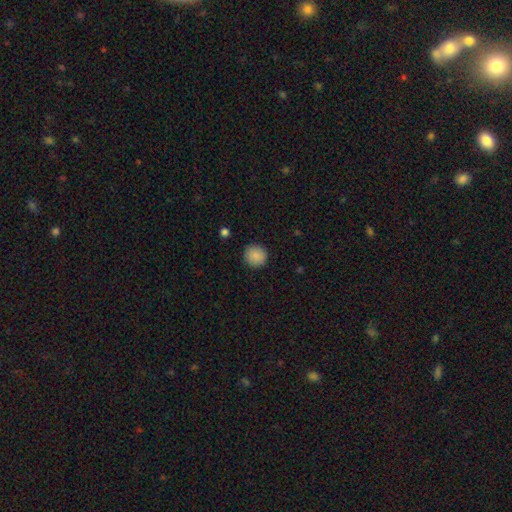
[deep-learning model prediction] Smooth or featured: smooth — 89% (star or artifact — 8%)
How rounded: round — 93% (in between — 6%)
Merging: none — 91% (minor disturbance — 6%)